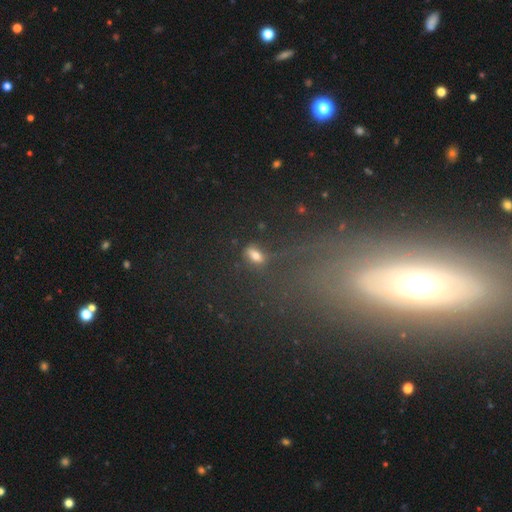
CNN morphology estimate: Overall: smooth (57%; star or artifact 27%). How rounded: in between (71%). Merging: none (65%).